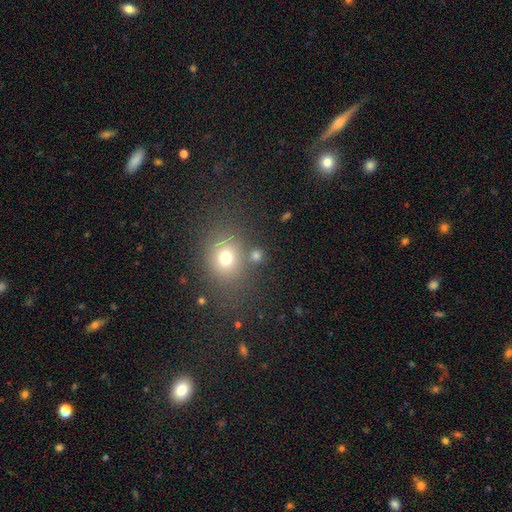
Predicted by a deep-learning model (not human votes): A smooth galaxy with no disk features (70%) that is round (68%). Merging: none (71%).